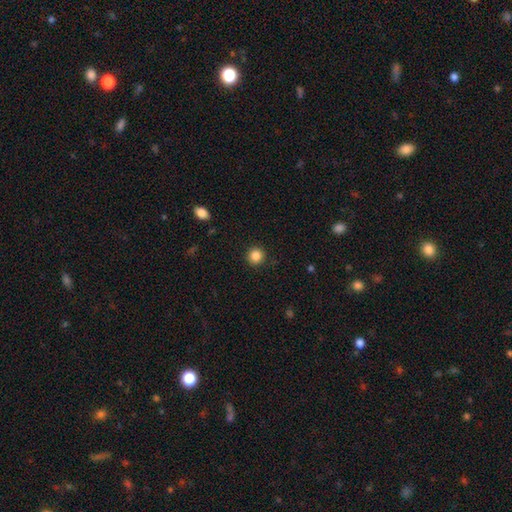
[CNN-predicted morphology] This is clearly a smooth galaxy (86%). How rounded: clearly round (93%). Merging: clearly none (91%).